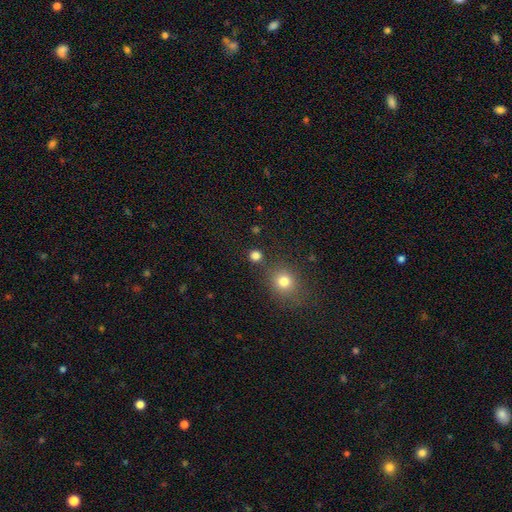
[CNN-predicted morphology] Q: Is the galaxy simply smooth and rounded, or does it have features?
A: smooth — 80%.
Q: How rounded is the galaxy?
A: round — 90%.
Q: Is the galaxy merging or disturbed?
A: none — 82%.